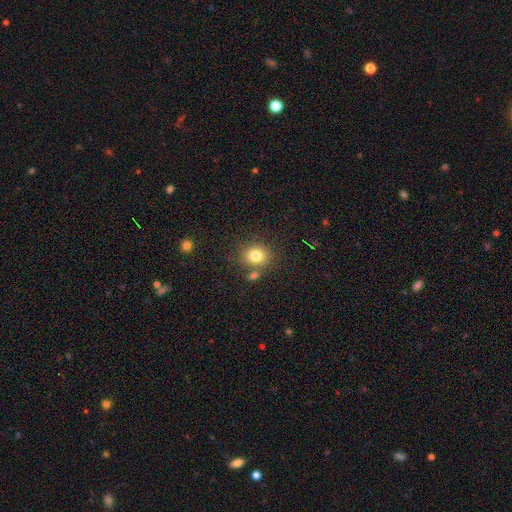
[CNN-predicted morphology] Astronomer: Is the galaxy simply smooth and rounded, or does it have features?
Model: smooth — 80%.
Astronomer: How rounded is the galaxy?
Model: round — 65%.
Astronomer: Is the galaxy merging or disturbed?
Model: none — 71%.